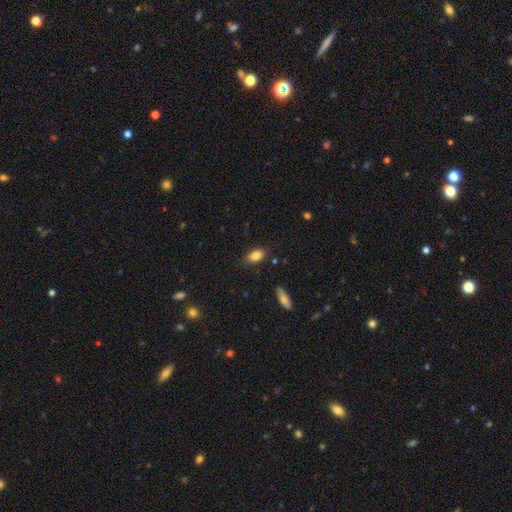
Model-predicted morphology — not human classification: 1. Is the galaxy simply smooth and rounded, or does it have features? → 82% smooth, 10% featured or disk, 8% star or artifact.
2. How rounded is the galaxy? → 89% in between, 6% cigar-shaped, 5% round.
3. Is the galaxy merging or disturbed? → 84% none, 12% minor disturbance, 2% major disturbance, 2% merger.